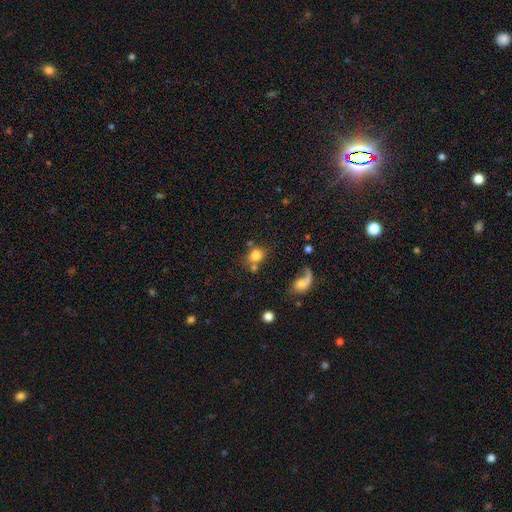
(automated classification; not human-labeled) Smooth or featured?
  - smooth: 78% *
  - star or artifact: 12%
  - featured or disk: 11%
How rounded?
  - round: 63% *
  - in between: 35%
  - cigar-shaped: 2%
Merging?
  - none: 56% *
  - merger: 21%
  - minor disturbance: 13%
  - major disturbance: 9%